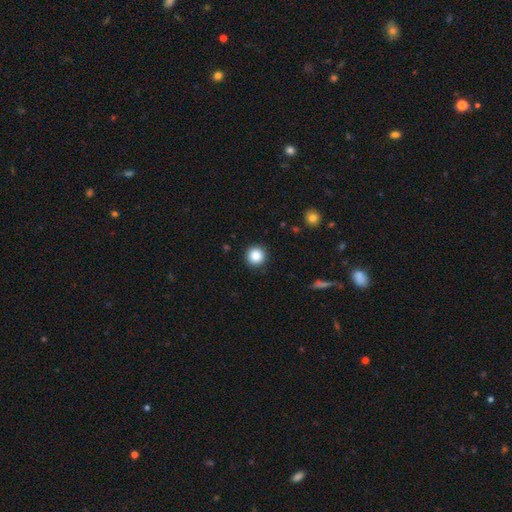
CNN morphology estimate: A smooth galaxy with no disk features (87%) that is round (95%).

Vote fractions:
- Smooth or featured? smooth: 87% / star or artifact: 10% / featured or disk: 3%
- How rounded? round: 95% / in between: 4% / cigar-shaped: 1%
- Merging? none: 91% / minor disturbance: 6% / major disturbance: 2% / merger: 1%